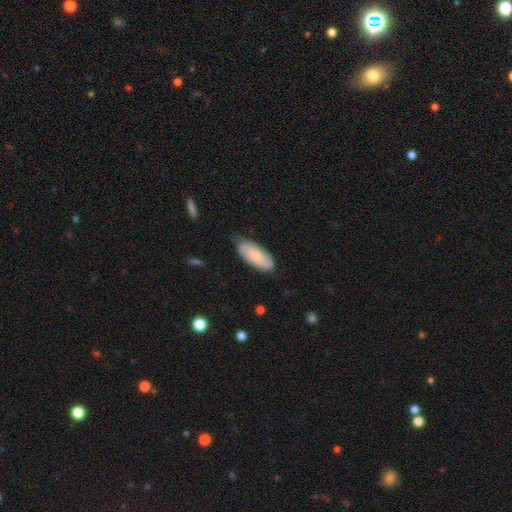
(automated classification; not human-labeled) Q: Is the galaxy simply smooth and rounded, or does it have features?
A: smooth — 65%.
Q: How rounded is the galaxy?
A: in between — 81%.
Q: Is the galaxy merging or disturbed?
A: none — 72%.